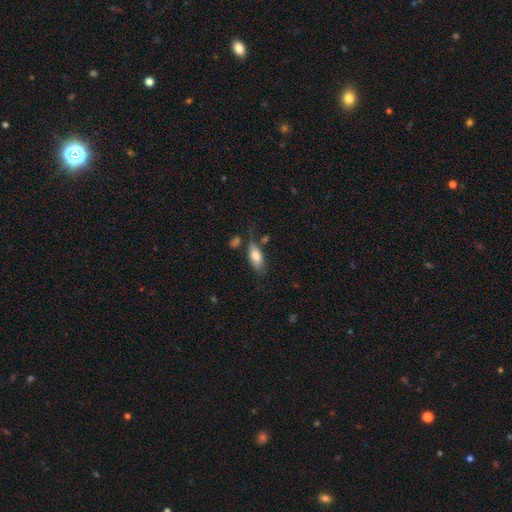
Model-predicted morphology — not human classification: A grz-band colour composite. It shows a smooth galaxy with no disk features (78%) that is in between round and cigar-shaped (85%). Merging: none (61%).